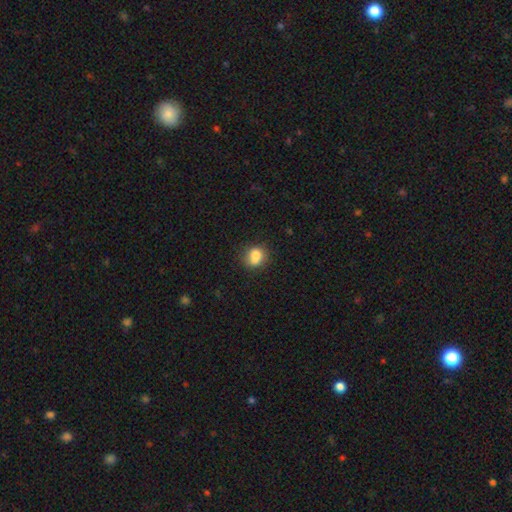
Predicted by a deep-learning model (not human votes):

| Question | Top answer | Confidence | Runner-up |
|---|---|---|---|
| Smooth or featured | smooth | 78% | featured or disk (12%) |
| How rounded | round | 63% | in between (36%) |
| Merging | none | 54% | minor disturbance (22%) |